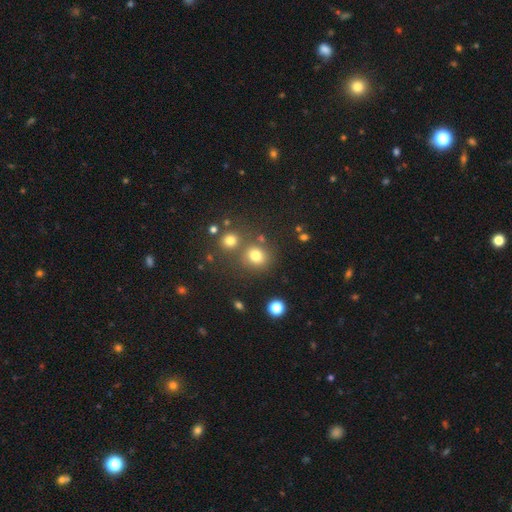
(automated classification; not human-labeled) smooth-or-featured: smooth: 75% | star or artifact: 17% | featured or disk: 8%
  how-rounded: round: 82% | in between: 17% | cigar-shaped: 1%
  merging: none: 69% | merger: 17% | minor disturbance: 9% | major disturbance: 4%